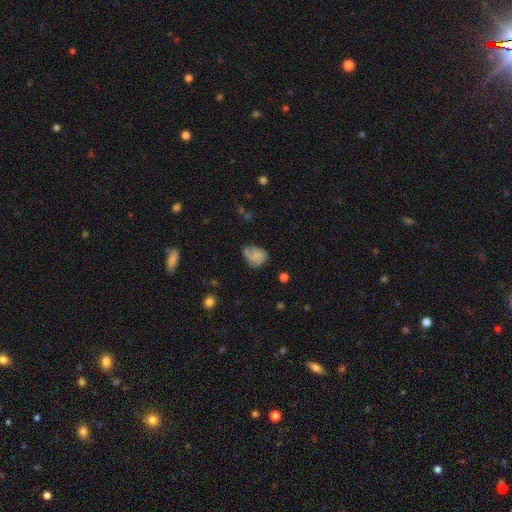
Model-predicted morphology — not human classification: Q: Smooth or featured?
A: smooth (55%); runner-up: featured or disk (35%)
Q: How rounded?
A: in between (56%); runner-up: round (43%)
Q: Merging?
A: none (44%); runner-up: minor disturbance (31%)